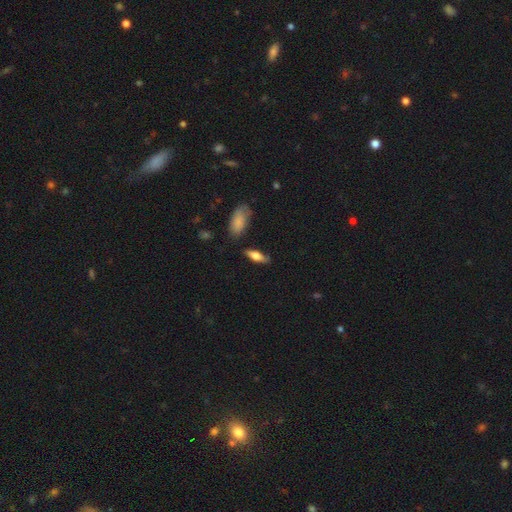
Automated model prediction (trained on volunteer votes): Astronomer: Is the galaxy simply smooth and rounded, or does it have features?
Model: smooth — 63%.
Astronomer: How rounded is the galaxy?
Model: in between — 60% (runner-up: cigar-shaped, 37%).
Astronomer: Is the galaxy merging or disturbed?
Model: none — 79%.